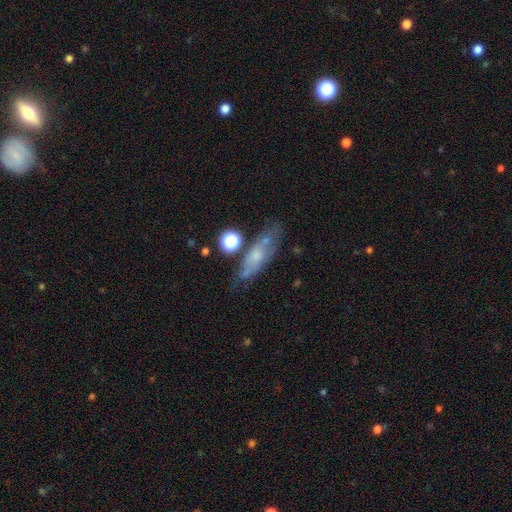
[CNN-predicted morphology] Smooth or featured: smooth — 44% (featured or disk — 42%)
Merging: none — 61% (minor disturbance — 21%)